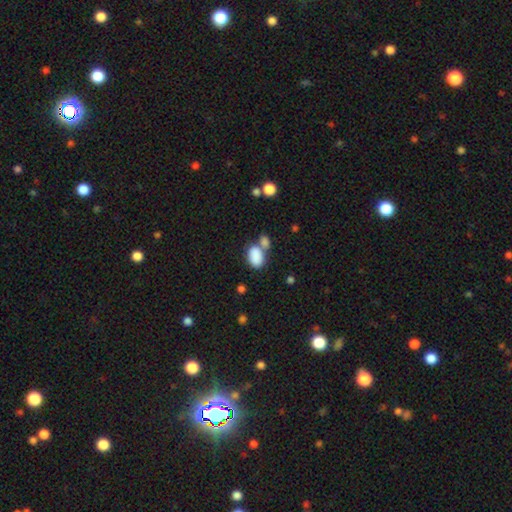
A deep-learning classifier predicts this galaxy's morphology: This appears to be a smooth galaxy with no disk features (86%) that is in between round and cigar-shaped (88%). Merging: none (44%).